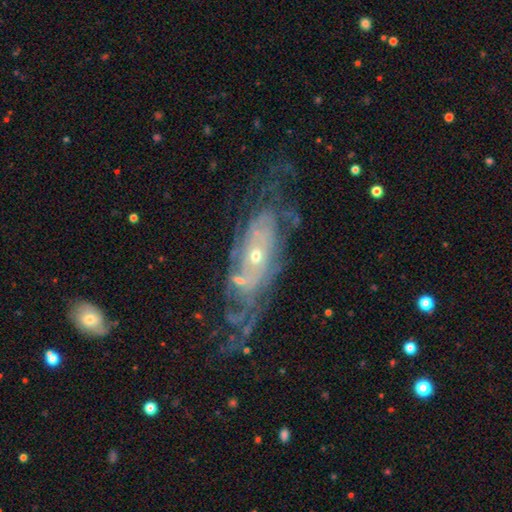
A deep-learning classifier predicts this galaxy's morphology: type=featured or disk (83%); edge-on=no (87%); bar=no (77%); spiral arms=yes (87%); winding=tight (66%); arm count=can't tell (54%); bulge=small (64%); merging=none (60%).